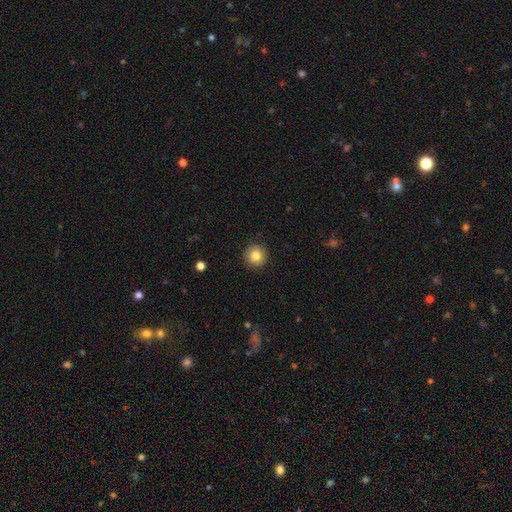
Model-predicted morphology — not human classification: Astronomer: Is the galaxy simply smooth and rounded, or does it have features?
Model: smooth — 84%.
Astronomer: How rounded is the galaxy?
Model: round — 94%.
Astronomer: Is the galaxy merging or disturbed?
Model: none — 91%.